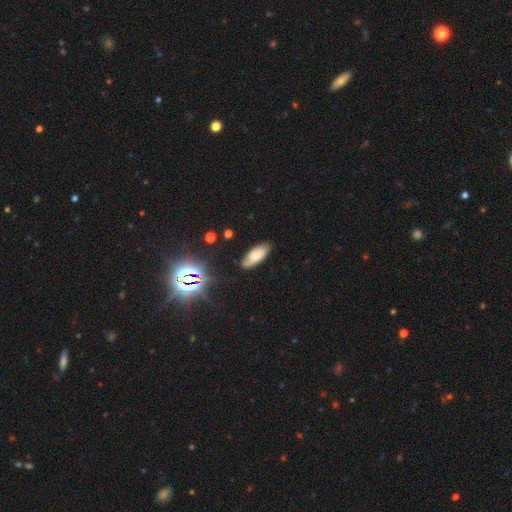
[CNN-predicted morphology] Smooth or featured? Predicted: smooth (p=0.64). How rounded? Predicted: in between (p=0.80). Merging? Predicted: none (p=0.77).